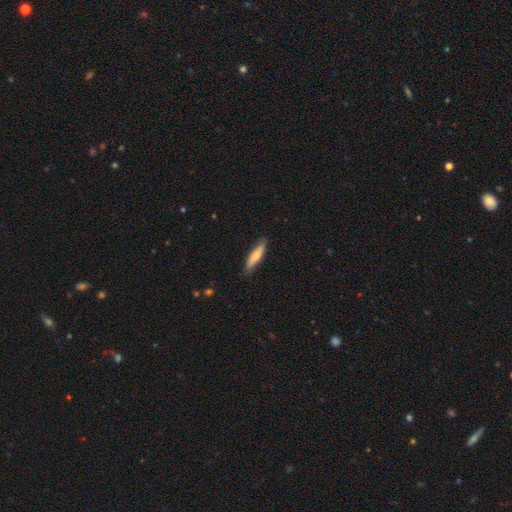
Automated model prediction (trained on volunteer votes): A smooth galaxy with no disk features (71%) that is cigar-shaped (81%).

Vote fractions:
- Smooth or featured? smooth: 71% / featured or disk: 24% / star or artifact: 5%
- How rounded? cigar-shaped: 81% / in between: 17% / round: 1%
- Merging? none: 84% / minor disturbance: 13% / major disturbance: 2% / merger: 1%